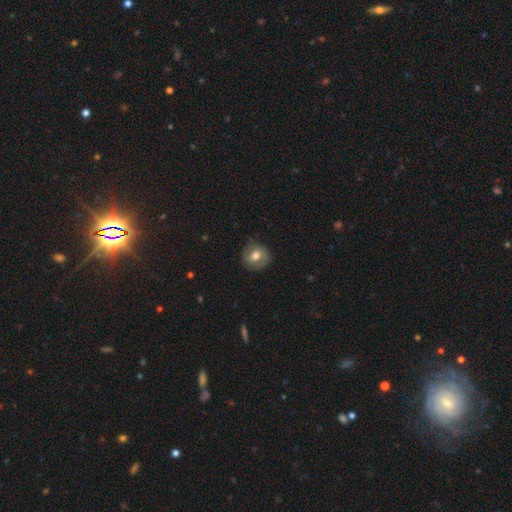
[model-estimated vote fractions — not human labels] A smooth galaxy with no disk features (57%) that is round (87%). Merging: none (83%).